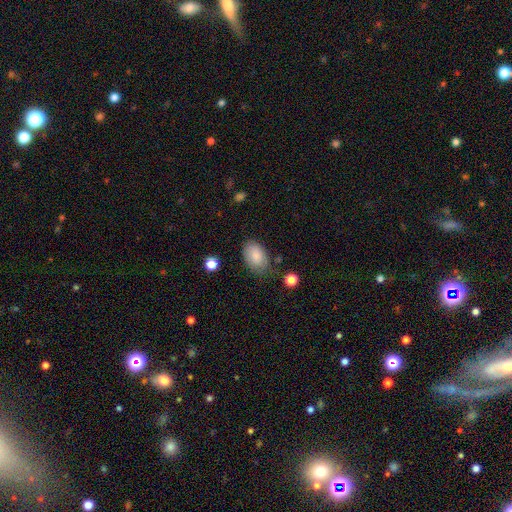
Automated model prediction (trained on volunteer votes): Smooth or featured? Predicted: smooth (p=0.85). How rounded? Predicted: in between (p=0.89). Merging? Predicted: none (p=0.70).